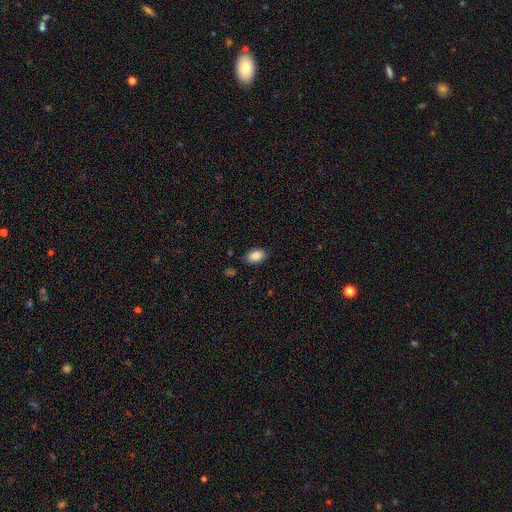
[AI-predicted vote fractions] Q: Smooth or featured?
A: smooth (87%); runner-up: star or artifact (8%)
Q: How rounded?
A: in between (92%); runner-up: round (7%)
Q: Merging?
A: none (84%); runner-up: minor disturbance (12%)